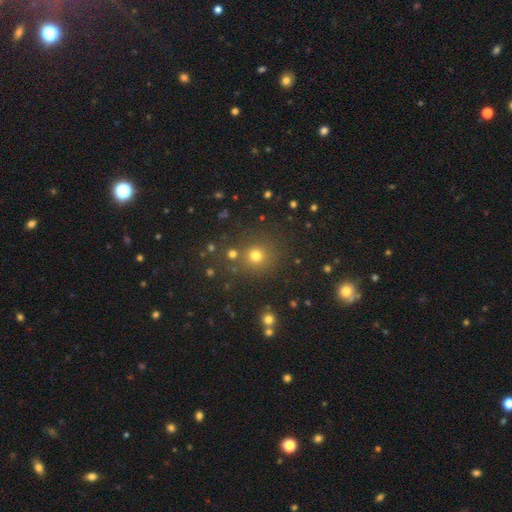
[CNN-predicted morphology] Smooth or featured? Predicted: smooth (p=0.73). How rounded? Predicted: round (p=0.91). Merging? Predicted: none (p=0.81).